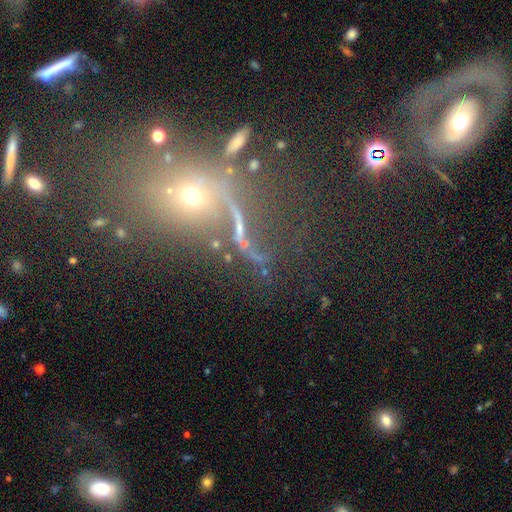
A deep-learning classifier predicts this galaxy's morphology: This is marginally a featured or disk galaxy (36%). Merging: possibly none (51%).